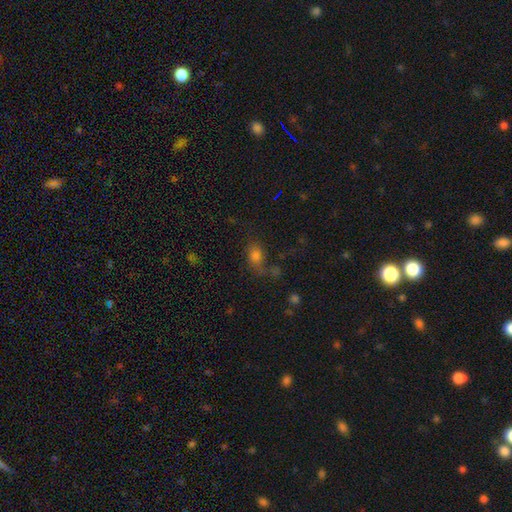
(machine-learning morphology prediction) smooth-or-featured: smooth: 68% | star or artifact: 19% | featured or disk: 13%
  how-rounded: in between: 65% | round: 32% | cigar-shaped: 3%
  merging: none: 45% | major disturbance: 19% | minor disturbance: 19% | merger: 16%